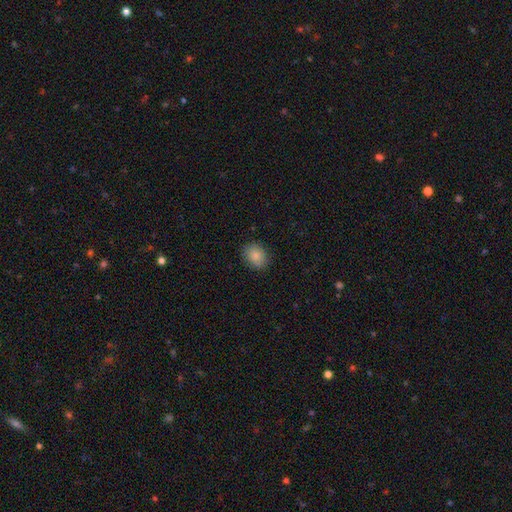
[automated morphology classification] smooth_or_featured: smooth (p=0.85) [alt: star or artifact p=0.09]
how_rounded: in between (p=0.55) [alt: round p=0.44]
merging: none (p=0.85) [alt: minor disturbance p=0.11]